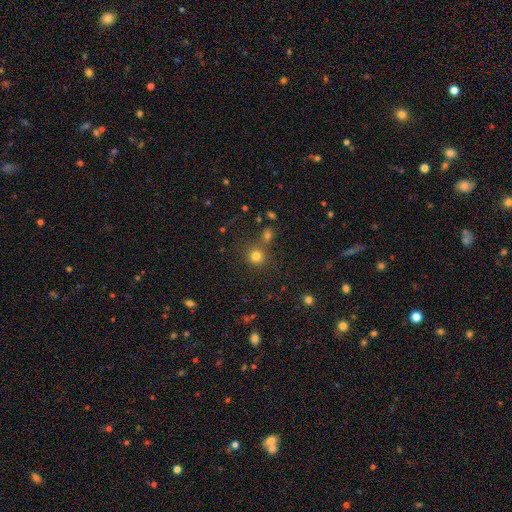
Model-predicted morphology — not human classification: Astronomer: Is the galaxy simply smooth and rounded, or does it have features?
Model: smooth — 77%.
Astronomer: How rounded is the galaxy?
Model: round — 91%.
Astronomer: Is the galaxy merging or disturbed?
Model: none — 70%.